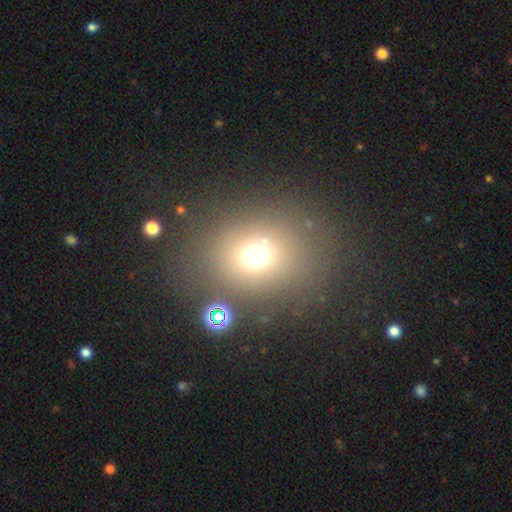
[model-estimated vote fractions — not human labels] This is likely a smooth galaxy (67%). How rounded: likely round (65%). Merging: likely none (74%).